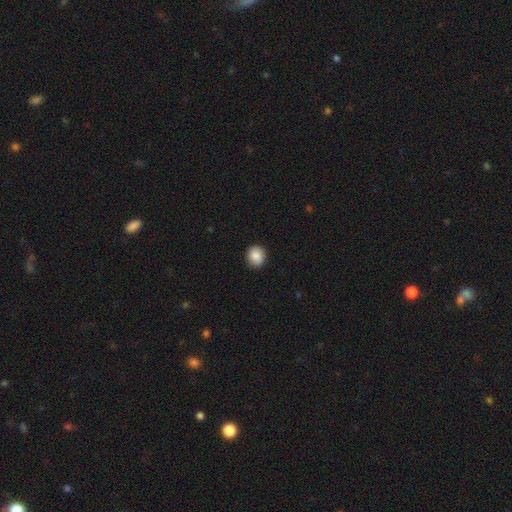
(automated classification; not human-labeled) Smooth or featured? smooth (88%)
How rounded? round (73%)
Merging? none (90%)